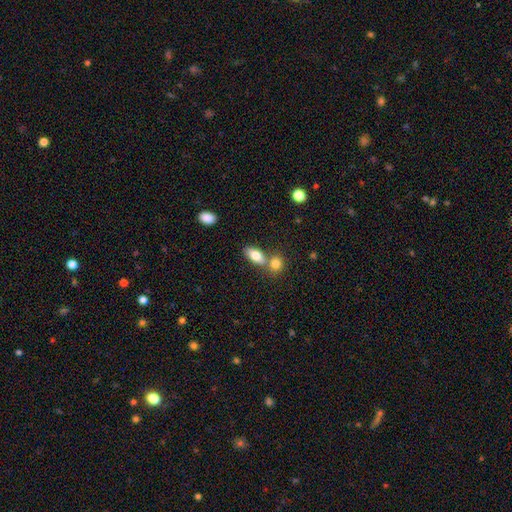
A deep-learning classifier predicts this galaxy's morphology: A smooth galaxy with no disk features (79%) that is in between round and cigar-shaped (84%). Merging: none (48%).